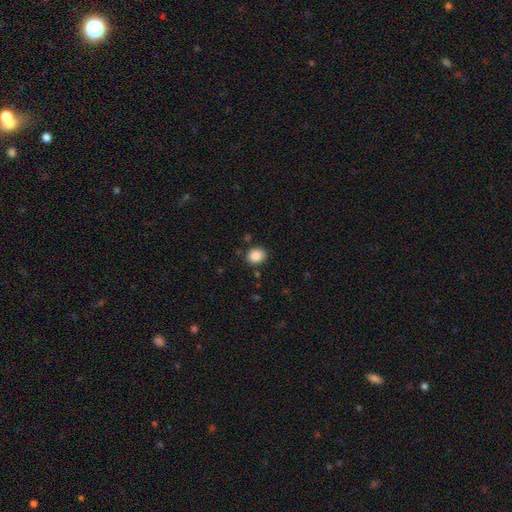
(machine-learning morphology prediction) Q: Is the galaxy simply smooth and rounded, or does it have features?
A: smooth — 87%.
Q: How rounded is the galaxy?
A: round — 59%.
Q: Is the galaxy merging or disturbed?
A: none — 86%.